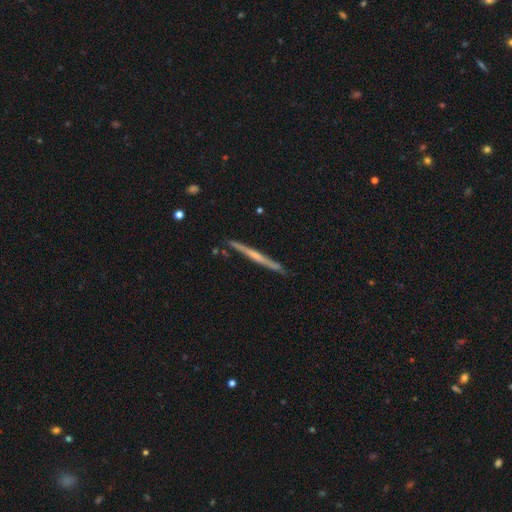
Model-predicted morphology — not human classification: This is likely a featured or disk galaxy (66%). It is clearly viewed edge-on (98%). Edge-on bulge: likely none (62%). Merging: clearly none (89%).